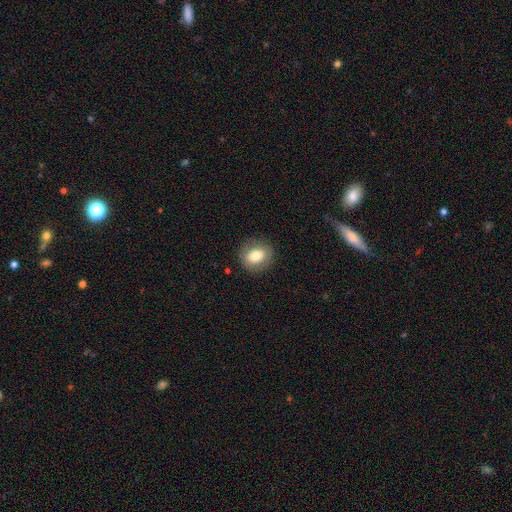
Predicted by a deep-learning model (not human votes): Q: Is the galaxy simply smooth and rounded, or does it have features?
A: smooth — 77%.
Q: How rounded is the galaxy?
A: round — 70%.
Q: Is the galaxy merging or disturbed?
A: none — 86%.